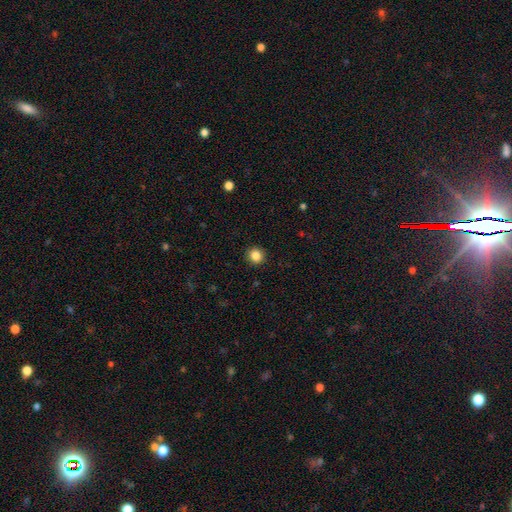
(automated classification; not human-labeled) Q: Smooth or featured?
A: smooth (86%); runner-up: star or artifact (11%)
Q: How rounded?
A: round (90%); runner-up: in between (9%)
Q: Merging?
A: none (92%); runner-up: minor disturbance (5%)